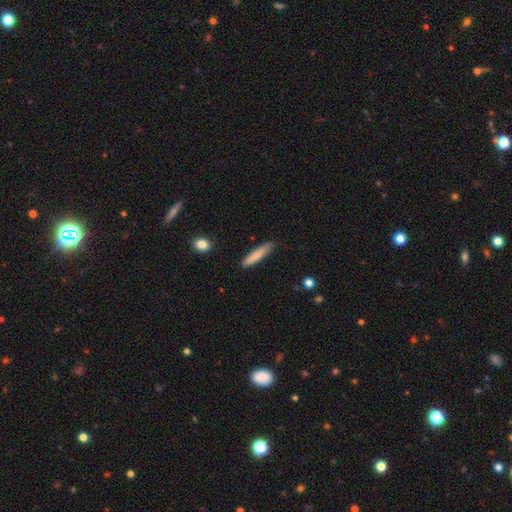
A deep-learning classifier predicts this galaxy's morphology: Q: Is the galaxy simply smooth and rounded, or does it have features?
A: smooth — 81%.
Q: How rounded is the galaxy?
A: cigar-shaped — 86%.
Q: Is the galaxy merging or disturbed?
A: none — 78%.